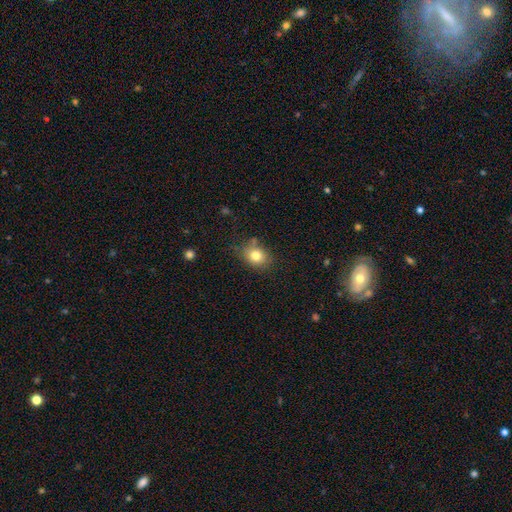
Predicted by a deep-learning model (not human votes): Smooth or featured? Predicted: smooth (p=0.79). How rounded? Predicted: round (p=0.50). Merging? Predicted: none (p=0.74).